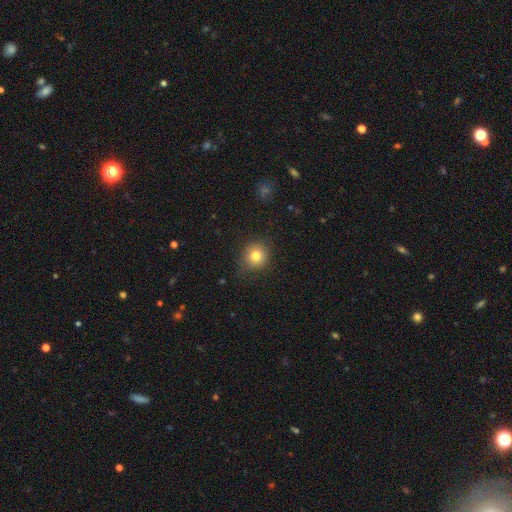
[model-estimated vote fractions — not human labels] This is likely a smooth galaxy (79%). How rounded: clearly round (86%). Merging: clearly none (80%).